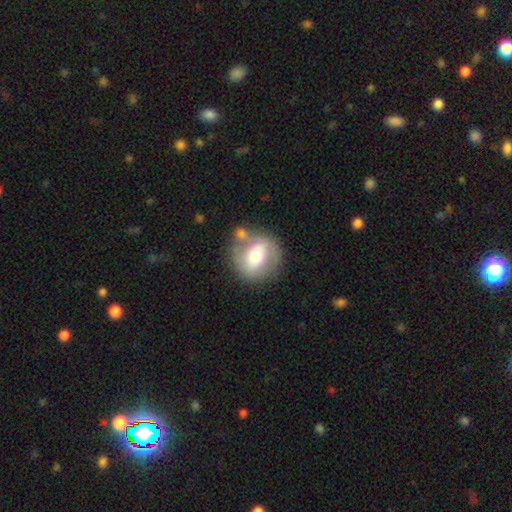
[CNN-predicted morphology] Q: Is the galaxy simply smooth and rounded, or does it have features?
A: smooth — 49%.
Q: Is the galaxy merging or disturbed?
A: none — 64%.